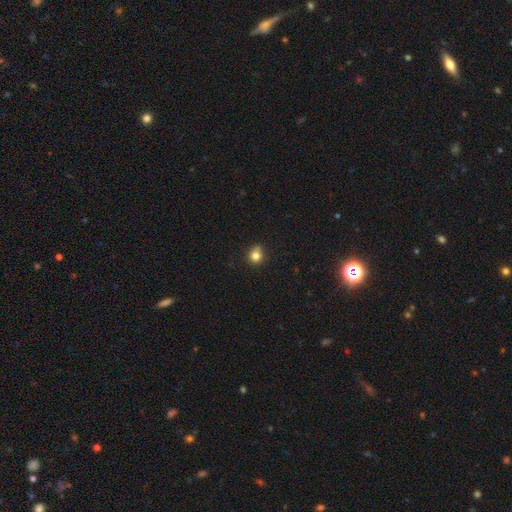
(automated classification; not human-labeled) smooth_or_featured: smooth (p=0.81) [alt: star or artifact p=0.12]
how_rounded: round (p=0.88) [alt: in between p=0.11]
merging: none (p=0.73) [alt: minor disturbance p=0.17]